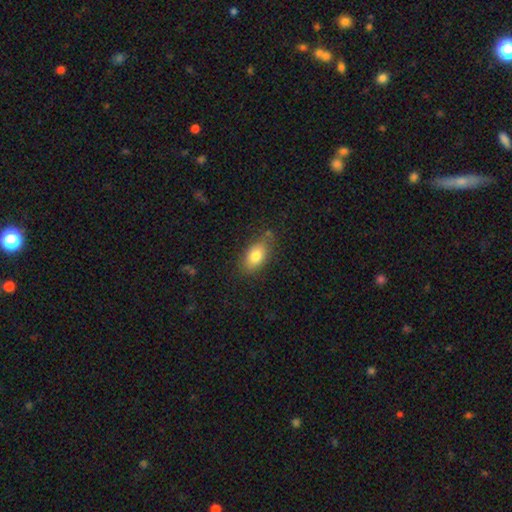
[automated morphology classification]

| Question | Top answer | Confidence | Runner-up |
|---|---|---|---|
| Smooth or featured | smooth | 81% | featured or disk (11%) |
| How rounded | in between | 89% | round (7%) |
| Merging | none | 76% | minor disturbance (18%) |